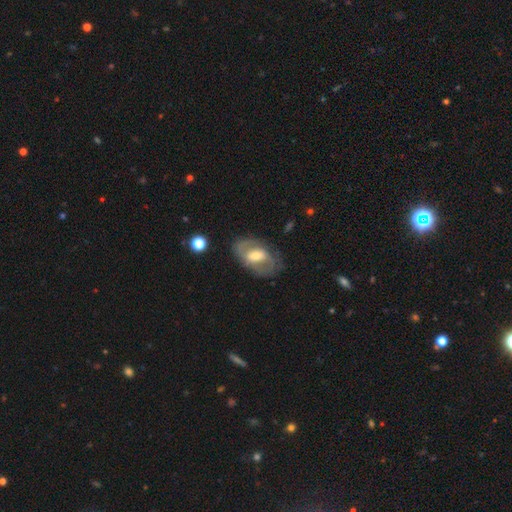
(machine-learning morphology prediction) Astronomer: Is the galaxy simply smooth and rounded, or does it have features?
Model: featured or disk — 68%.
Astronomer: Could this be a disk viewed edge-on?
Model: no — 94%.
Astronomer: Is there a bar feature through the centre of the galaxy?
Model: weak — 45% (runner-up: no, 32%).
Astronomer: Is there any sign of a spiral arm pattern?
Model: yes — 71%.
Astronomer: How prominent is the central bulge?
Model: moderate — 62%.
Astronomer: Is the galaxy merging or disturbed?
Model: none — 69%.